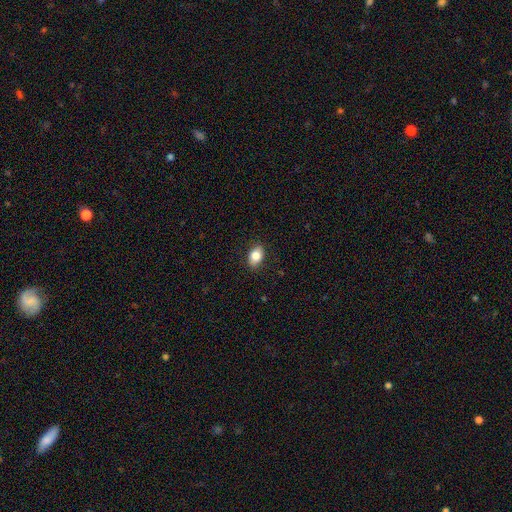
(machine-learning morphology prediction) Q: Smooth or featured?
A: smooth (85%); runner-up: star or artifact (8%)
Q: How rounded?
A: in between (84%); runner-up: round (14%)
Q: Merging?
A: none (87%); runner-up: minor disturbance (10%)